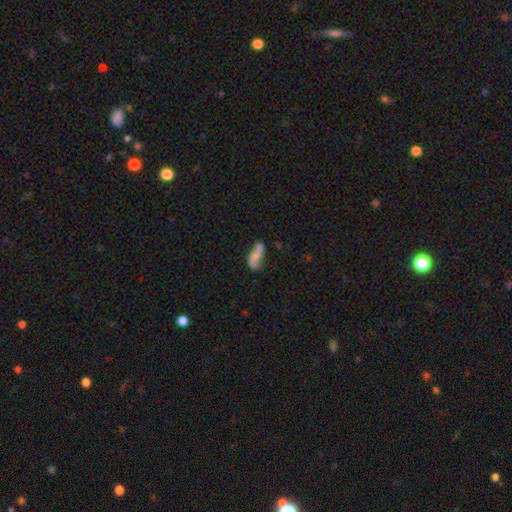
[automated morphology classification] A featured or disk galaxy (50%). Merging: none (51%).